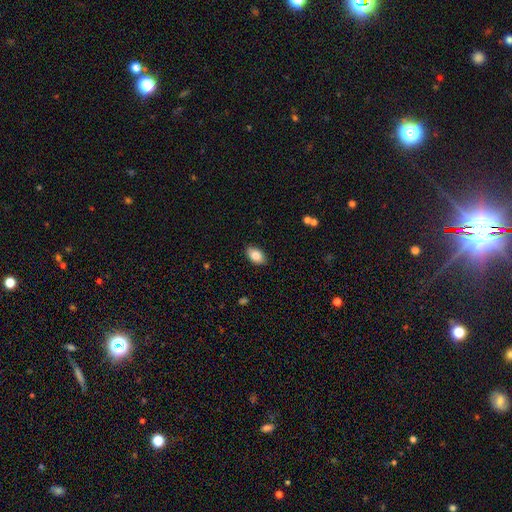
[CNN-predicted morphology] This is clearly a smooth galaxy (83%). How rounded: clearly in between (91%). Merging: clearly none (88%).